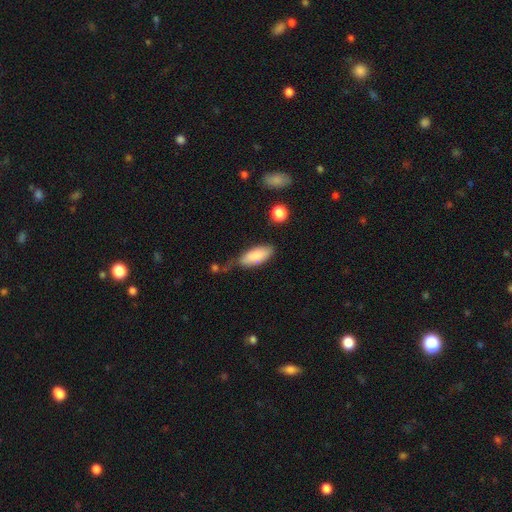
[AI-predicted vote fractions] Smooth or featured? smooth (83%)
How rounded? in between (81%)
Merging? none (46%)